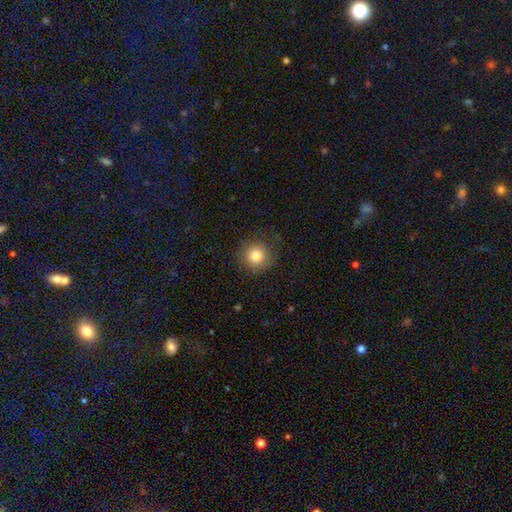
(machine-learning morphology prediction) Smooth or featured?
  - smooth: 82% *
  - star or artifact: 10%
  - featured or disk: 8%
How rounded?
  - round: 93% *
  - in between: 6%
  - cigar-shaped: 1%
Merging?
  - none: 82% *
  - minor disturbance: 12%
  - major disturbance: 5%
  - merger: 1%